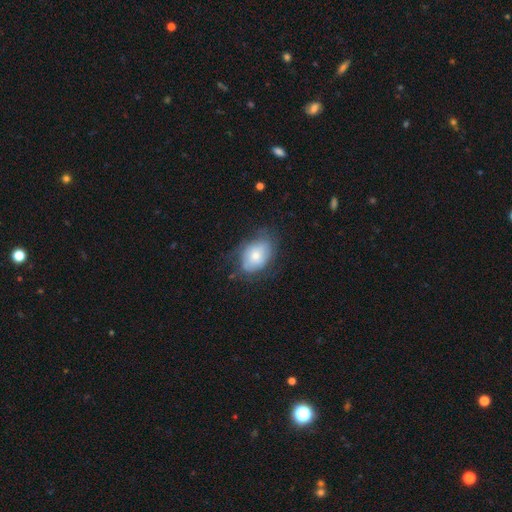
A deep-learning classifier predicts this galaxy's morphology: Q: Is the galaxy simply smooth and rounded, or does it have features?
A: smooth — 61%.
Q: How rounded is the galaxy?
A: in between — 81%.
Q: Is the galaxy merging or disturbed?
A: none — 60%.